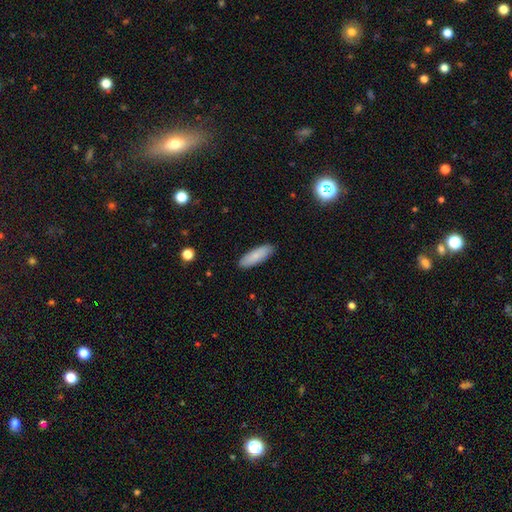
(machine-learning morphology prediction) A smooth galaxy with no disk features (84%) that is in between round and cigar-shaped (51%).

Vote fractions:
- Smooth or featured? smooth: 84% / featured or disk: 10% / star or artifact: 6%
- How rounded? in between: 51% / cigar-shaped: 47% / round: 2%
- Merging? none: 89% / minor disturbance: 8% / major disturbance: 2% / merger: 1%